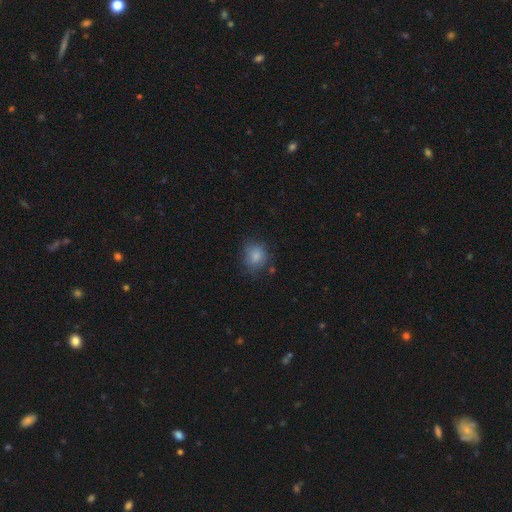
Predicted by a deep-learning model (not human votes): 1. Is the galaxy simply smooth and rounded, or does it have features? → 82% smooth, 10% star or artifact, 8% featured or disk.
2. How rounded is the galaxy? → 68% round, 31% in between, 1% cigar-shaped.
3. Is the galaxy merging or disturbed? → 68% none, 22% minor disturbance, 7% major disturbance, 2% merger.